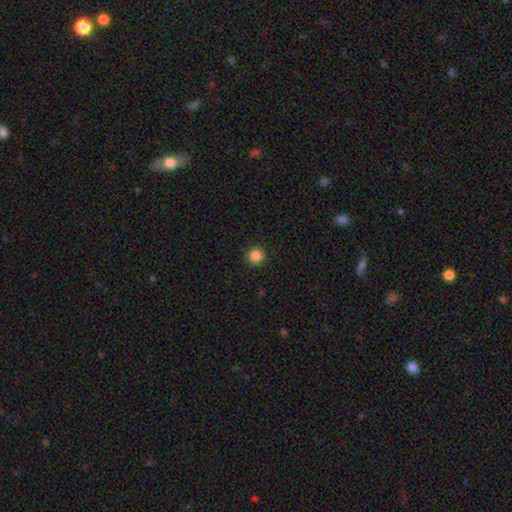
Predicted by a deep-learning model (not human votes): A smooth galaxy with no disk features (86%) that is round (95%). Merging: none (92%).